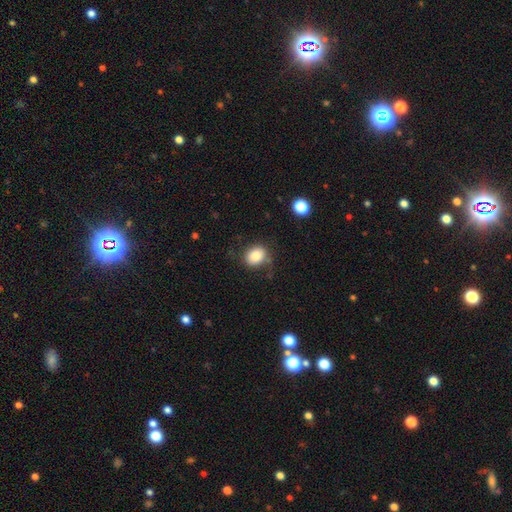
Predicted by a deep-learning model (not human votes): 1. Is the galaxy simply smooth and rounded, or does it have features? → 83% smooth, 9% star or artifact, 7% featured or disk.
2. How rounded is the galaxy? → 56% round, 43% in between, 1% cigar-shaped.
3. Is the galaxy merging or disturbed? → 76% none, 16% minor disturbance, 6% major disturbance, 3% merger.